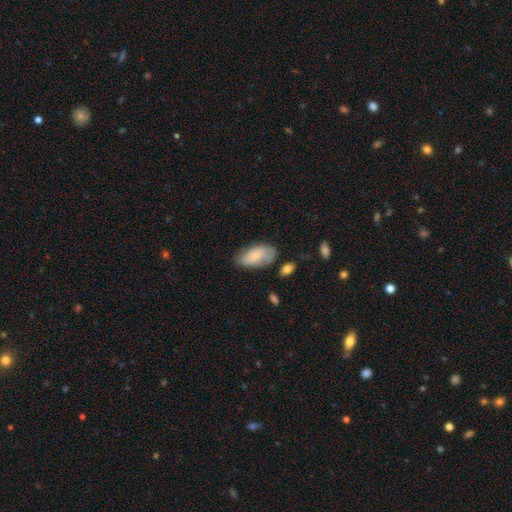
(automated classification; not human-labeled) A smooth galaxy with no disk features (65%) that is in between round and cigar-shaped (93%).

Vote fractions:
- Smooth or featured? smooth: 65% / featured or disk: 28% / star or artifact: 6%
- How rounded? in between: 93% / round: 4% / cigar-shaped: 3%
- Merging? none: 61% / minor disturbance: 28% / major disturbance: 8% / merger: 4%